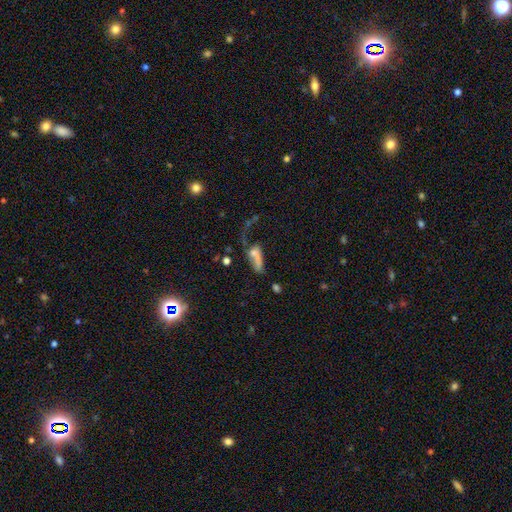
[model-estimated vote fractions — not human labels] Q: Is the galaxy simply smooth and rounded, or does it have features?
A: smooth — 52%.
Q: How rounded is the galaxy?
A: in between — 61%.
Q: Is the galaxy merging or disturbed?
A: major disturbance — 43%.